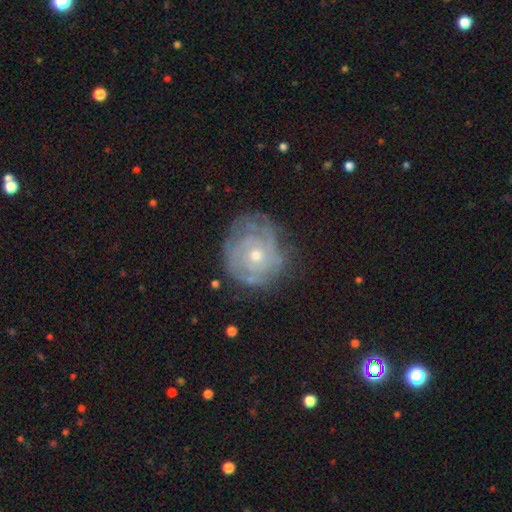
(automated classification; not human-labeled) Smooth or featured? Predicted: featured or disk (p=0.76). Edge-on disk? Predicted: no (p=0.97). Bar? Predicted: no (p=0.83). Spiral arms? Predicted: yes (p=0.78). Spiral winding? Predicted: tight (p=0.73). Spiral arm count? Predicted: can't tell (p=0.55). Bulge size? Predicted: moderate (p=0.51). Merging? Predicted: none (p=0.65).